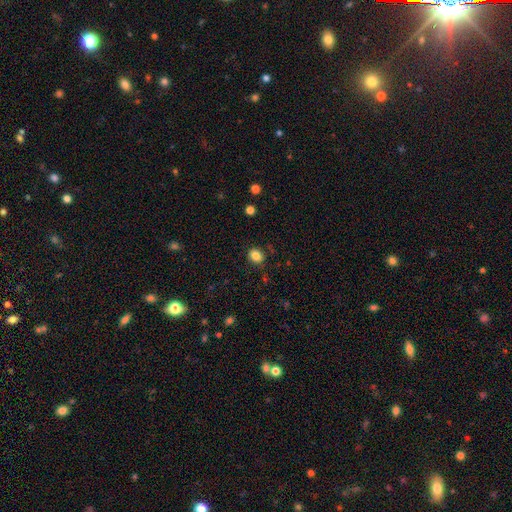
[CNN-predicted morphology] A smooth galaxy with no disk features (84%) that is round (55%).

Vote fractions:
- Smooth or featured? smooth: 84% / star or artifact: 11% / featured or disk: 6%
- How rounded? round: 55% / in between: 44% / cigar-shaped: 1%
- Merging? none: 85% / minor disturbance: 11% / major disturbance: 3% / merger: 2%